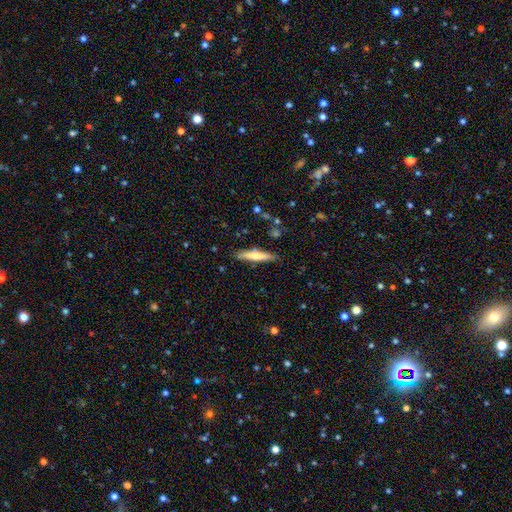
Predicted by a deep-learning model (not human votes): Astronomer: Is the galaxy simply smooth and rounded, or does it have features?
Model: smooth — 66%.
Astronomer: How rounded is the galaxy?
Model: cigar-shaped — 90%.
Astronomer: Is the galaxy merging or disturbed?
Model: none — 85%.